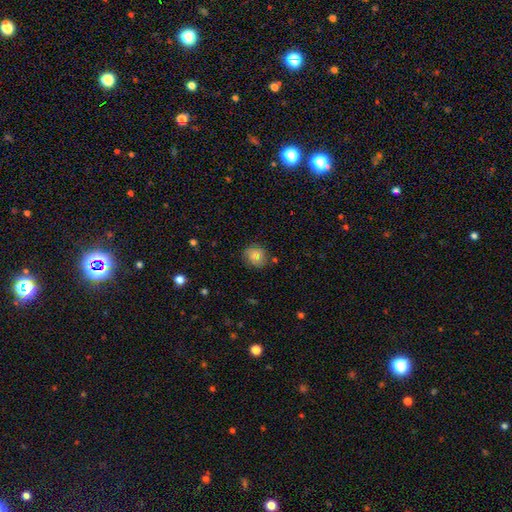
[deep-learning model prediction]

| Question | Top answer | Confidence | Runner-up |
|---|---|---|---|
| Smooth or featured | smooth | 78% | featured or disk (12%) |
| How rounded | round | 77% | in between (22%) |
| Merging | none | 78% | minor disturbance (16%) |